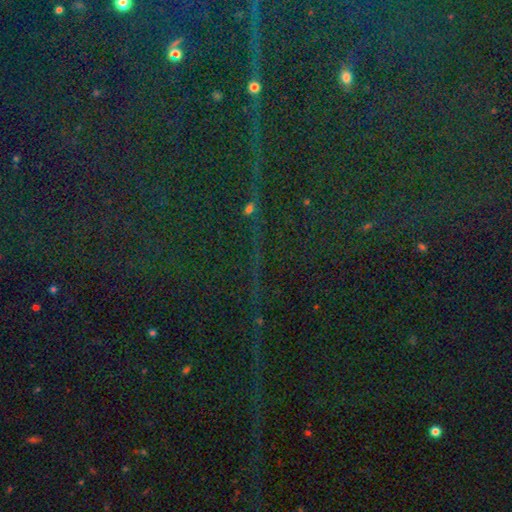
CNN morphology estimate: A star or artifact, not a galaxy (86%).